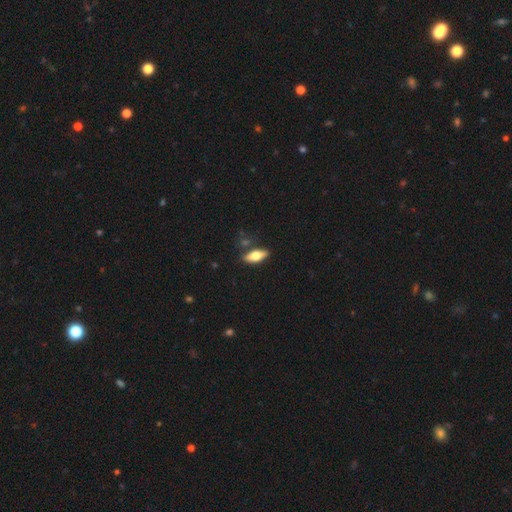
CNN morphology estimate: This is likely a smooth galaxy (62%). How rounded: likely in between (74%). Merging: likely none (77%).